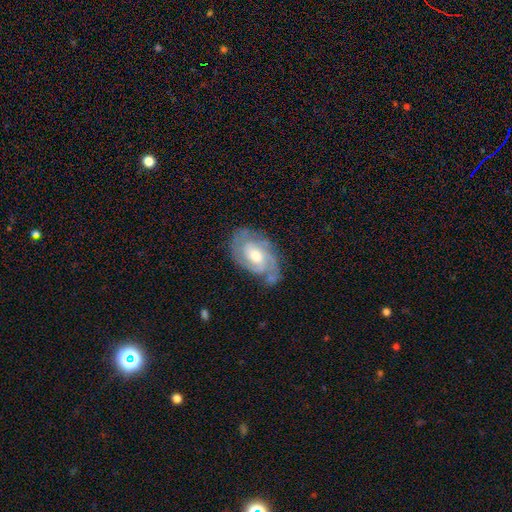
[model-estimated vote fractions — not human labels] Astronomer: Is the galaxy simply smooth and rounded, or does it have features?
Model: featured or disk — 82%.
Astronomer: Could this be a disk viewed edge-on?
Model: no — 96%.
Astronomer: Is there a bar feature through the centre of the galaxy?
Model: no — 53% (runner-up: weak, 39%).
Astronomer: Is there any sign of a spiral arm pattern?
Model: yes — 94%.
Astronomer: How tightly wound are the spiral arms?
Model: tight — 59%.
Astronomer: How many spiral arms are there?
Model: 2 — 42% (runner-up: 3, 24%).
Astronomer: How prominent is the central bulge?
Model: moderate — 69%.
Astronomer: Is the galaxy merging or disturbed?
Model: none — 68%.